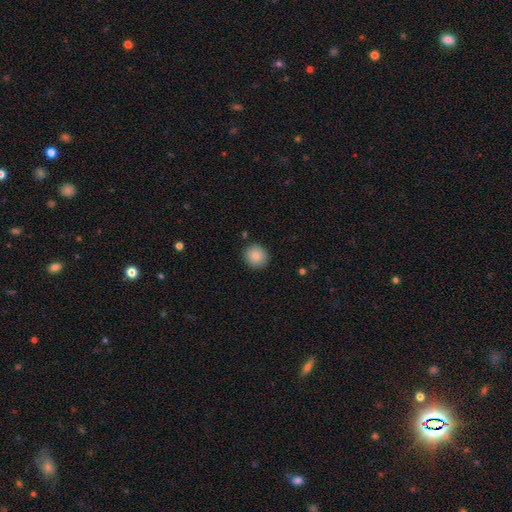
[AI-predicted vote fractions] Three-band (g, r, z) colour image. It shows a smooth galaxy with no disk features (87%) that is round (89%). Merging: none (89%).